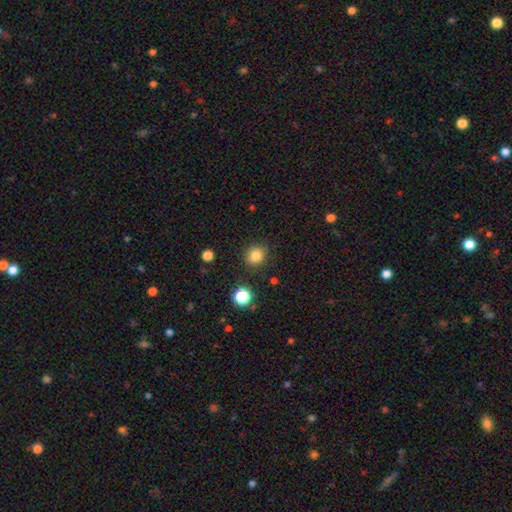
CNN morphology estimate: This is clearly a smooth galaxy (83%). How rounded: clearly round (83%). Merging: clearly none (88%).